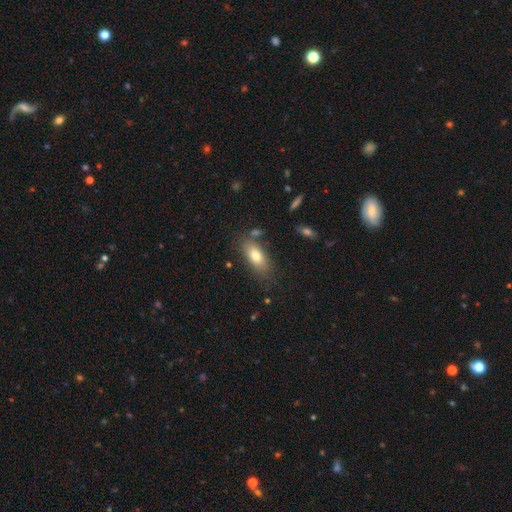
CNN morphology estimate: type=smooth (77%); roundness=in between (84%); merging=none (74%).